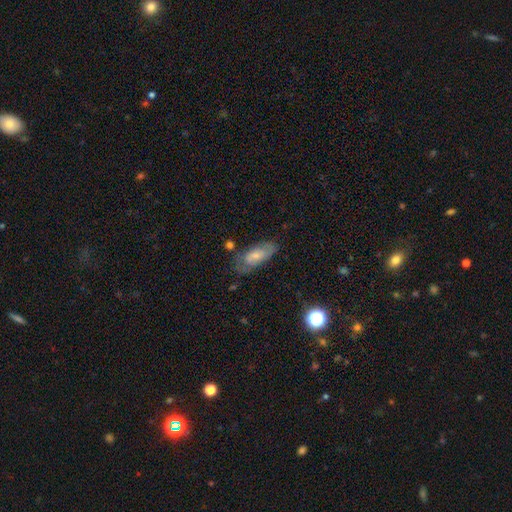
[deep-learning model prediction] smooth_or_featured: smooth (p=0.51) [alt: featured or disk p=0.41]
how_rounded: in between (p=0.83) [alt: cigar-shaped p=0.14]
merging: none (p=0.60) [alt: minor disturbance p=0.26]